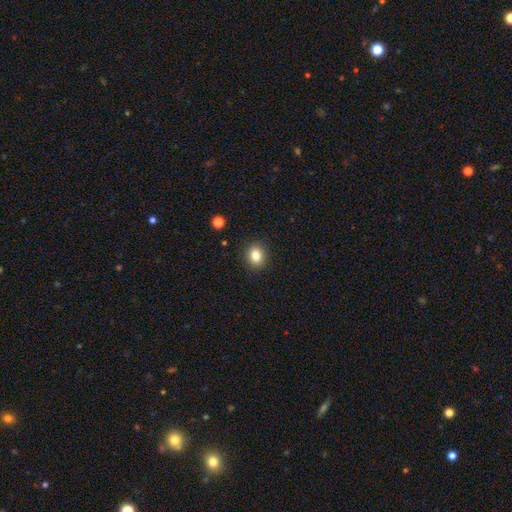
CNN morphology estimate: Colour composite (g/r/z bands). It shows a smooth galaxy with no disk features (83%) that is round (51%). Merging: none (90%).